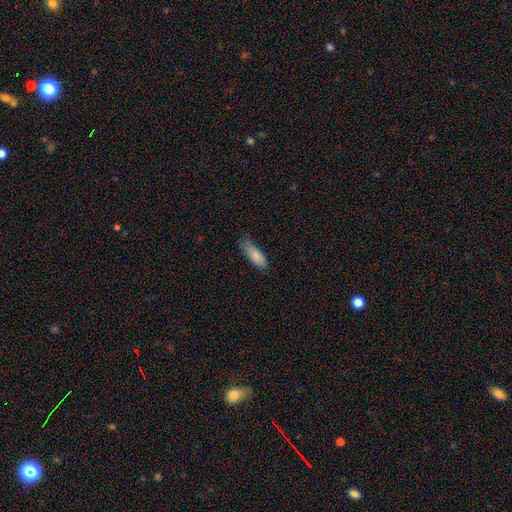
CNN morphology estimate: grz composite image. It shows a smooth galaxy with no disk features (84%) that is in between round and cigar-shaped (73%). Merging: none (54%).